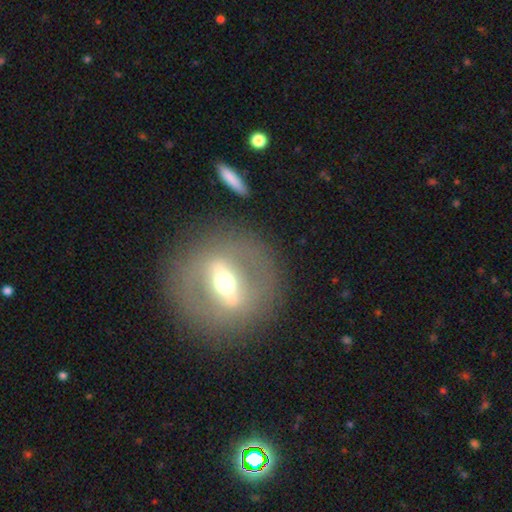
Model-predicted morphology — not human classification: A featured or disk galaxy (72%). Merging: none (84%).